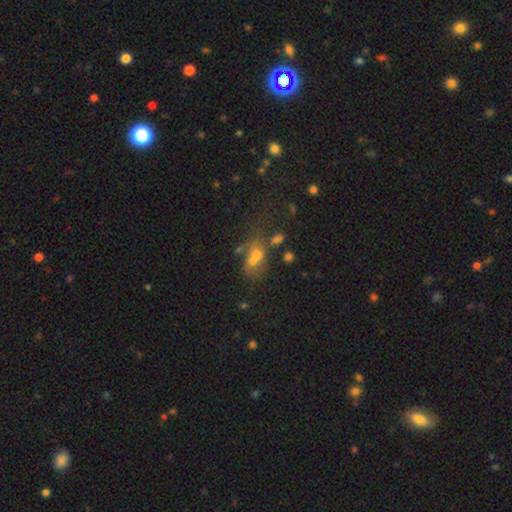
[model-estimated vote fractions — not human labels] smooth-or-featured: smooth: 55% | featured or disk: 24% | star or artifact: 22%
  how-rounded: in between: 63% | round: 32% | cigar-shaped: 5%
  merging: merger: 45% | none: 31% | minor disturbance: 13% | major disturbance: 11%